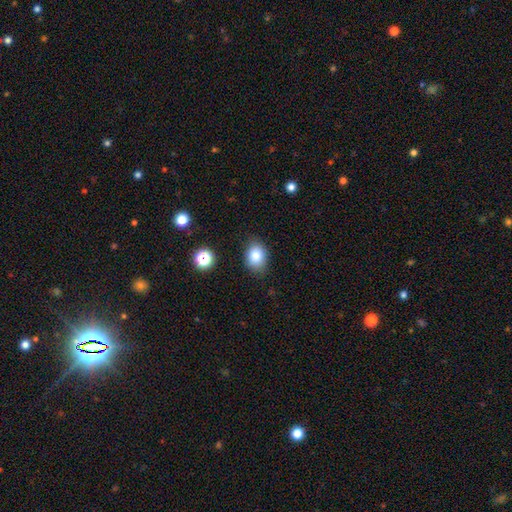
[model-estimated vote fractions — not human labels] Smooth or featured?
  - smooth: 83% *
  - star or artifact: 10%
  - featured or disk: 6%
How rounded?
  - in between: 64% *
  - round: 35%
  - cigar-shaped: 1%
Merging?
  - none: 80% *
  - minor disturbance: 15%
  - major disturbance: 3%
  - merger: 2%